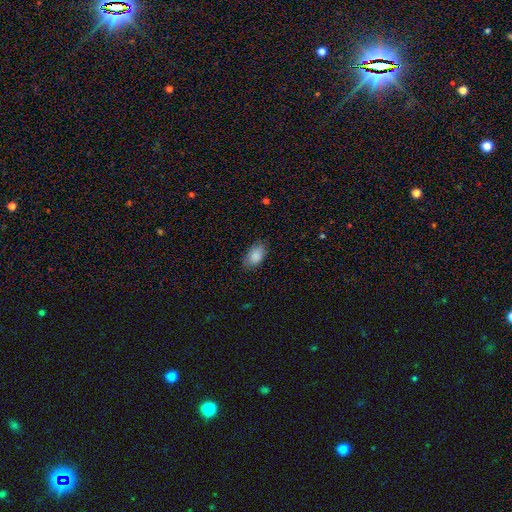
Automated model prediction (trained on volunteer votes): Smooth or featured? smooth (86%)
How rounded? in between (92%)
Merging? none (76%)